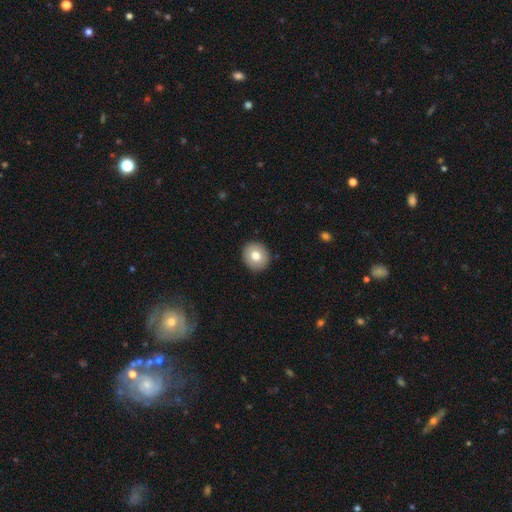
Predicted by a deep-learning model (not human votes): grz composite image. It shows a smooth galaxy with no disk features (77%) that is round (85%). Merging: none (91%).